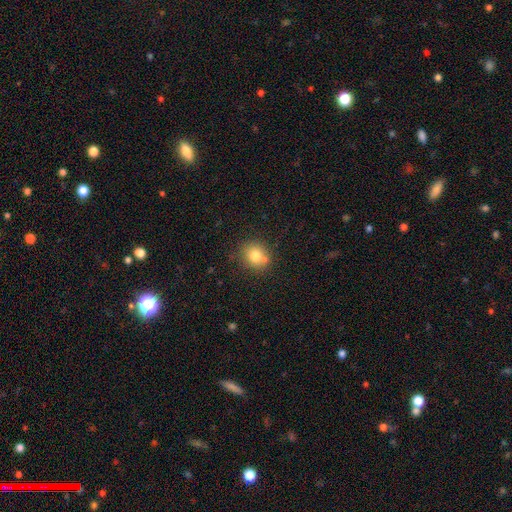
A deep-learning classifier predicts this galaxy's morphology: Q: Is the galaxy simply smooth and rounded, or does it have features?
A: smooth — 77%.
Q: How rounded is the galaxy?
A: round — 76%.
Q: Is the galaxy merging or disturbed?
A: none — 69%.